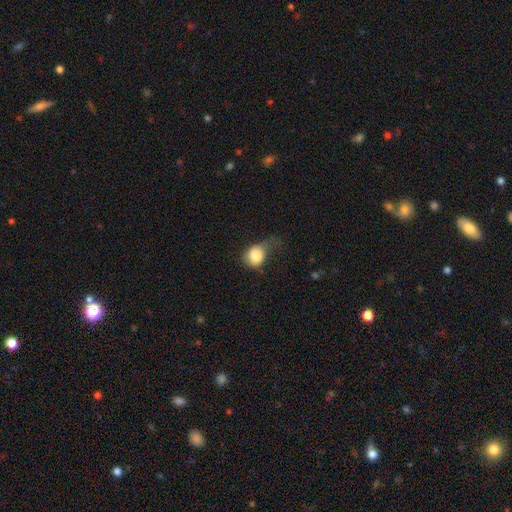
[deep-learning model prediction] Smooth or featured? Predicted: smooth (p=0.81). How rounded? Predicted: round (p=0.57). Merging? Predicted: major disturbance (p=0.38).